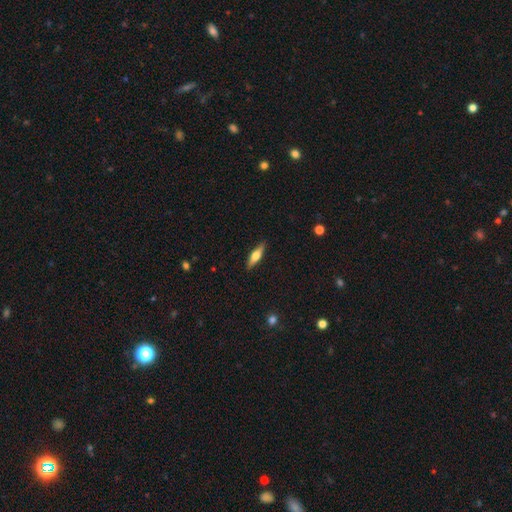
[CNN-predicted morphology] Smooth or featured: smooth — 49% (featured or disk — 45%)
Merging: none — 89% (minor disturbance — 8%)